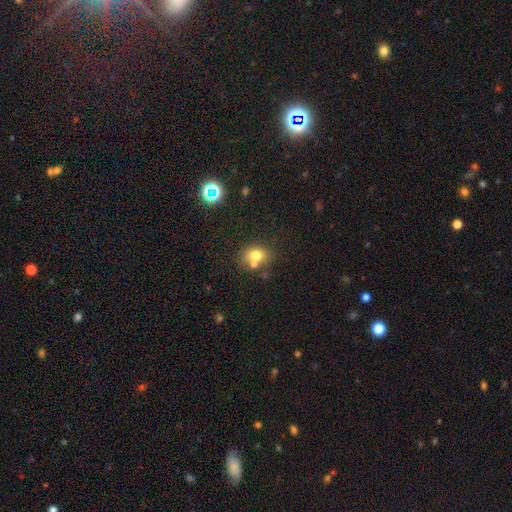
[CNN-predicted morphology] smooth-or-featured: smooth: 74% | star or artifact: 13% | featured or disk: 13%
  how-rounded: round: 54% | in between: 45% | cigar-shaped: 1%
  merging: none: 56% | merger: 27% | minor disturbance: 12% | major disturbance: 4%